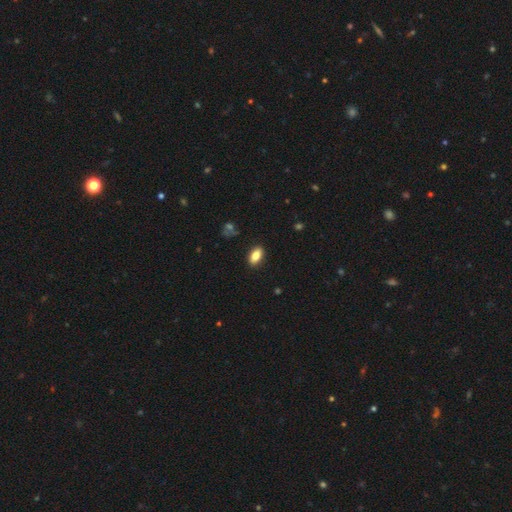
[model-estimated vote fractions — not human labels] The model was most divided on "smooth or featured": smooth: 83%, featured or disk: 10%, star or artifact: 8%. More confident: how rounded — in between (88%); merging — none (88%).